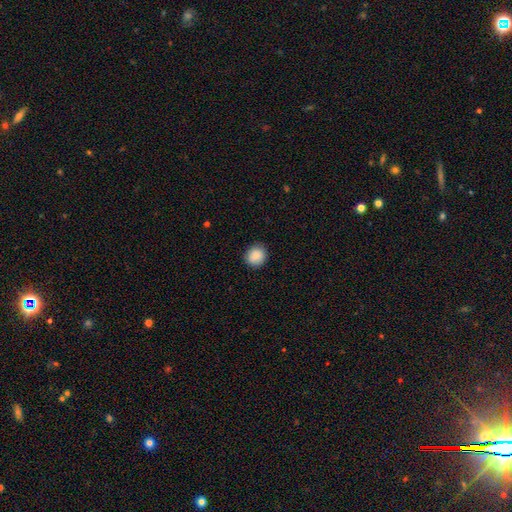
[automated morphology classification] This is clearly a smooth galaxy (89%). How rounded: clearly round (83%). Merging: clearly none (88%).